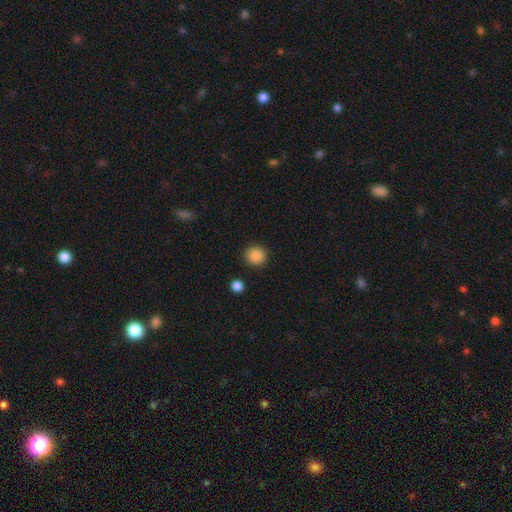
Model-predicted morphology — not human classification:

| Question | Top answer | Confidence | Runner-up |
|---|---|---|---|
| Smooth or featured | smooth | 88% | star or artifact (9%) |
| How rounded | round | 92% | in between (7%) |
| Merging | none | 91% | minor disturbance (6%) |